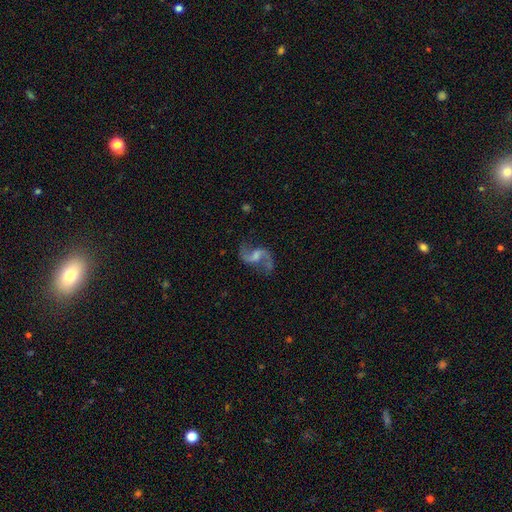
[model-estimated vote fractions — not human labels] Morphology: type=featured or disk (87%); edge-on=no (98%); bar=weak (53%); spiral arms=yes (96%); winding=loose (76%); arm count=2 (93%); bulge=none (36%); merging=none (71%).